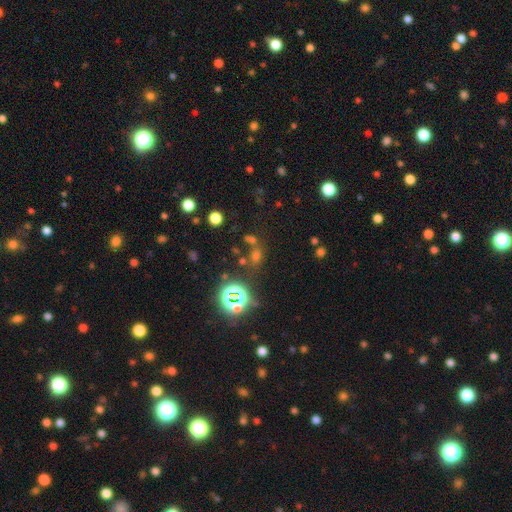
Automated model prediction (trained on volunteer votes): The model was most divided on "smooth or featured": star or artifact: 52%, smooth: 38%, featured or disk: 10%.